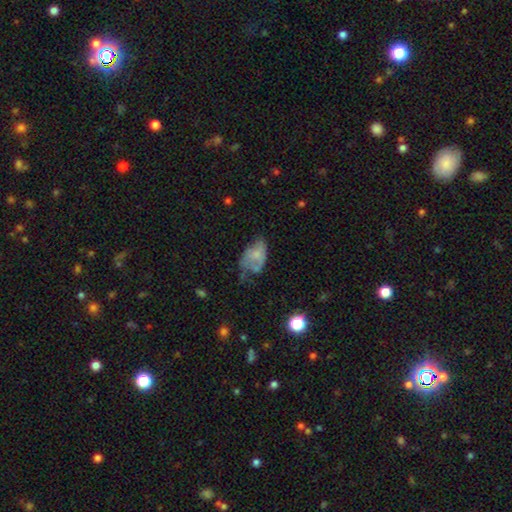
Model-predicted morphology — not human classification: smooth-or-featured: smooth: 56% | featured or disk: 34% | star or artifact: 11%
  how-rounded: in between: 87% | round: 11% | cigar-shaped: 2%
  merging: major disturbance: 35% | minor disturbance: 33% | none: 26% | merger: 7%